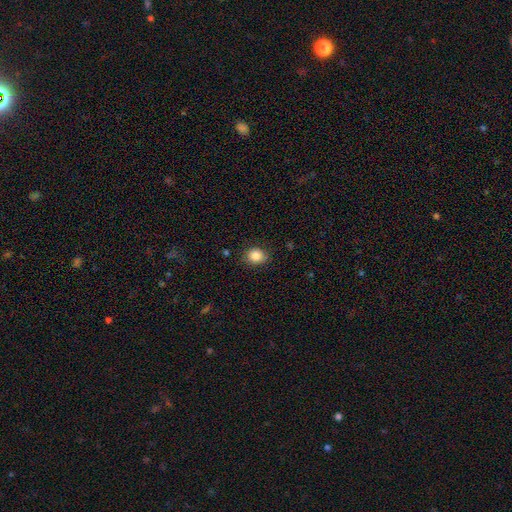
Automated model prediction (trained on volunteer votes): smooth-or-featured: smooth: 86% | star or artifact: 9% | featured or disk: 5%
  how-rounded: round: 61% | in between: 38% | cigar-shaped: 1%
  merging: none: 84% | minor disturbance: 12% | major disturbance: 3% | merger: 1%